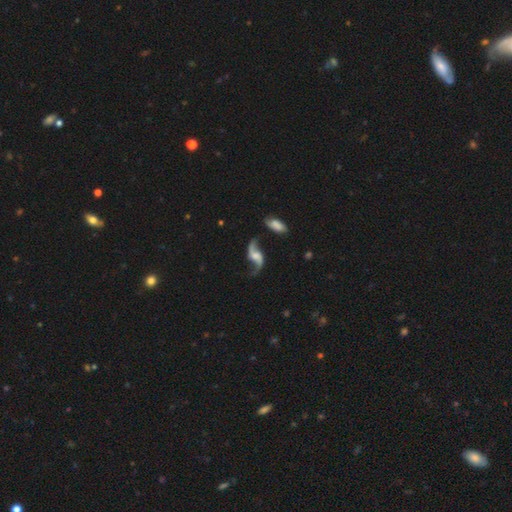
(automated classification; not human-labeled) smooth_or_featured: featured or disk (p=0.87) [alt: smooth p=0.07]
disk_edge_on: no (p=0.95) [alt: yes p=0.05]
bar: no (p=0.50) [alt: weak p=0.38]
has_spiral_arms: yes (p=0.96) [alt: no p=0.04]
spiral_winding: loose (p=0.90) [alt: medium p=0.08]
spiral_arm_count: 2 (p=0.93) [alt: 1 p=0.02]
bulge_size: moderate (p=0.32) [alt: small p=0.28]
merging: none (p=0.68) [alt: minor disturbance p=0.16]